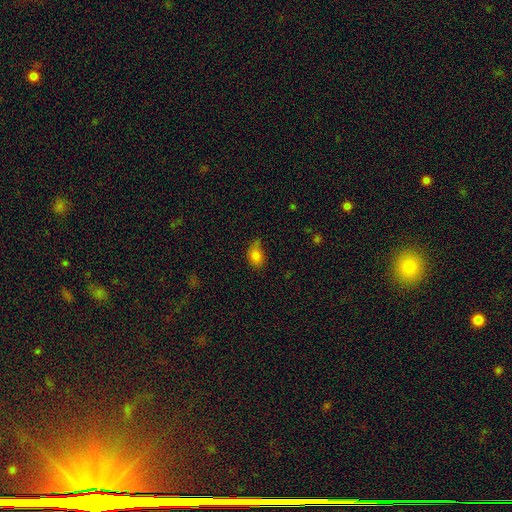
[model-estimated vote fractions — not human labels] Smooth or featured?
  - smooth: 81% *
  - star or artifact: 11%
  - featured or disk: 8%
How rounded?
  - in between: 73% *
  - round: 25%
  - cigar-shaped: 2%
Merging?
  - none: 50% *
  - minor disturbance: 36%
  - major disturbance: 11%
  - merger: 4%